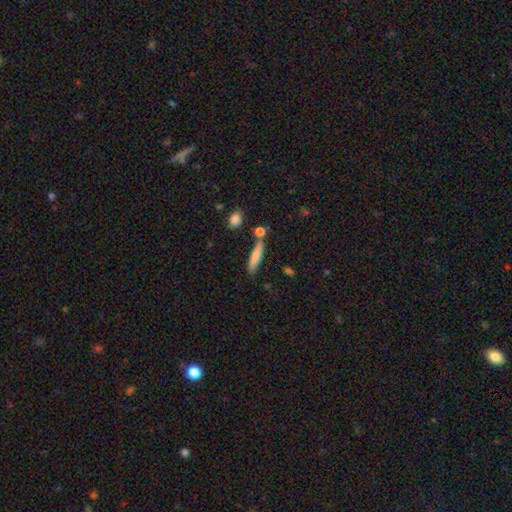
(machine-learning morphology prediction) The model was most divided on "smooth or featured": smooth: 77%, featured or disk: 17%, star or artifact: 7%. More confident: how rounded — cigar-shaped (84%); merging — none (75%).